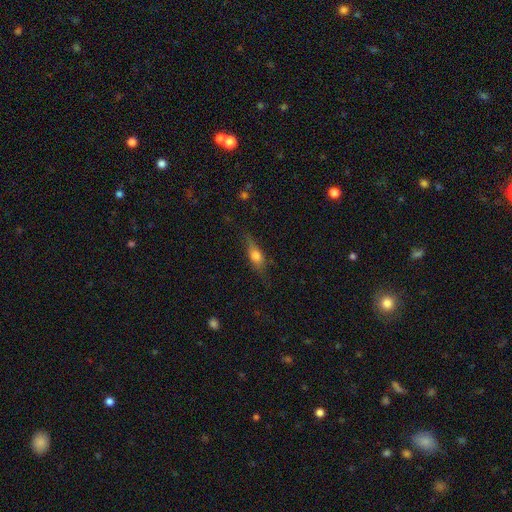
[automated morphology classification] Smooth or featured?
  - smooth: 47% *
  - featured or disk: 44%
  - star or artifact: 9%
Merging?
  - none: 73% *
  - minor disturbance: 19%
  - major disturbance: 6%
  - merger: 1%